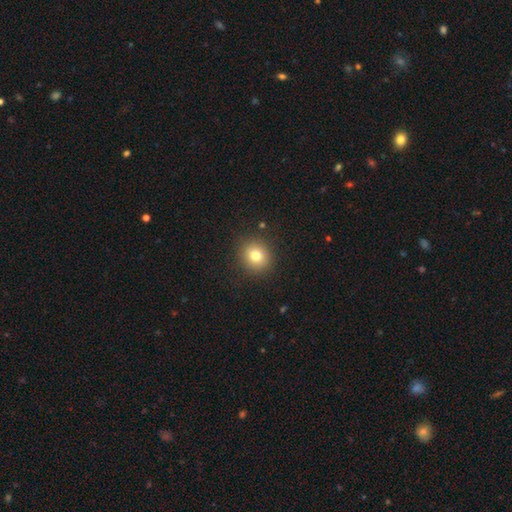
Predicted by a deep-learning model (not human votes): smooth-or-featured: smooth: 77% | star or artifact: 13% | featured or disk: 10%
  how-rounded: round: 87% | in between: 12% | cigar-shaped: 1%
  merging: none: 89% | minor disturbance: 7% | major disturbance: 3% | merger: 1%